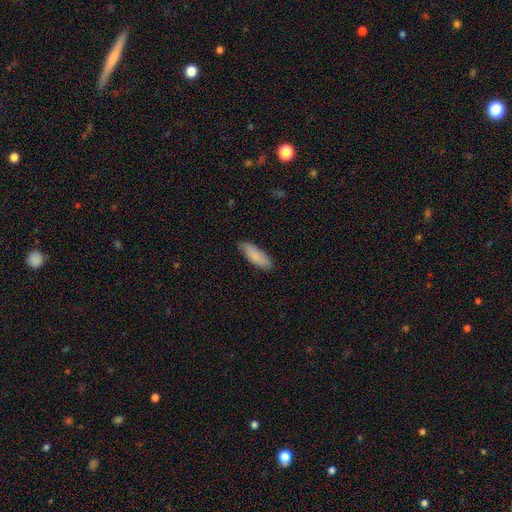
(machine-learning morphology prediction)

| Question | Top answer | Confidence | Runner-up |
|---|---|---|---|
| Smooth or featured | smooth | 86% | featured or disk (8%) |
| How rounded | in between | 61% | cigar-shaped (37%) |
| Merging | none | 80% | minor disturbance (17%) |